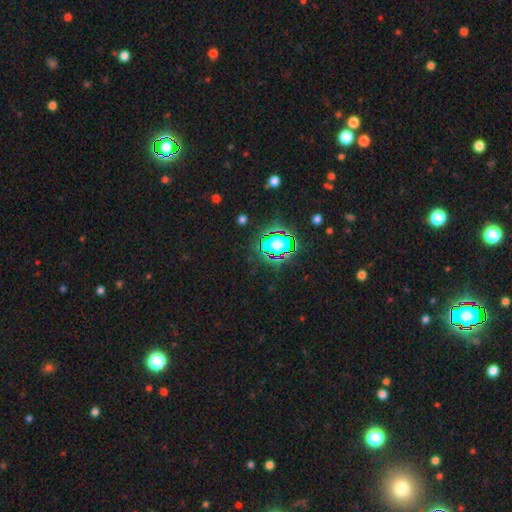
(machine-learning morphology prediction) Smooth or featured? star or artifact (81%)